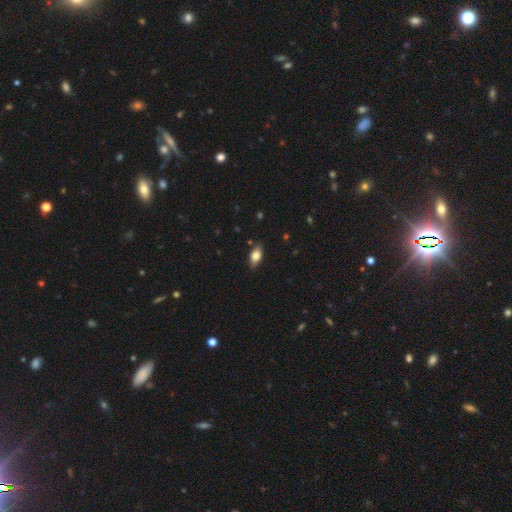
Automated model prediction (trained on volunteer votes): Smooth or featured: smooth — 75% (featured or disk — 17%)
How rounded: in between — 87% (cigar-shaped — 8%)
Merging: none — 83% (minor disturbance — 13%)